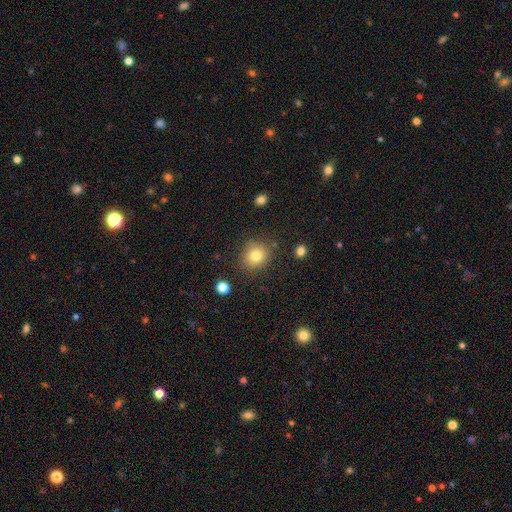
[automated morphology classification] Overall: smooth (80%). How rounded: round (80%). Merging: none (82%).